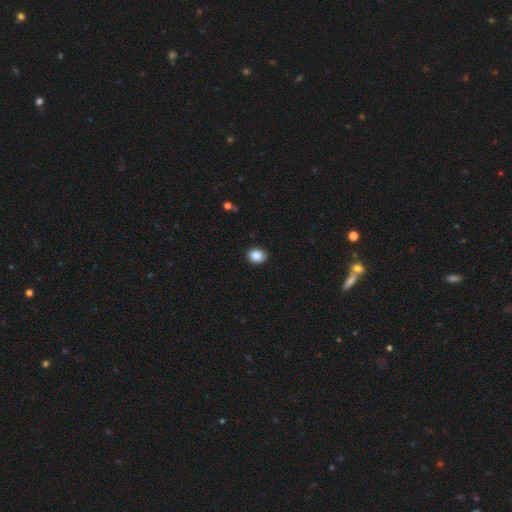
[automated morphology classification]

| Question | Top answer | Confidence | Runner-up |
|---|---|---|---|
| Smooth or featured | smooth | 87% | star or artifact (9%) |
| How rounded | round | 60% | in between (39%) |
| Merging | none | 92% | minor disturbance (6%) |